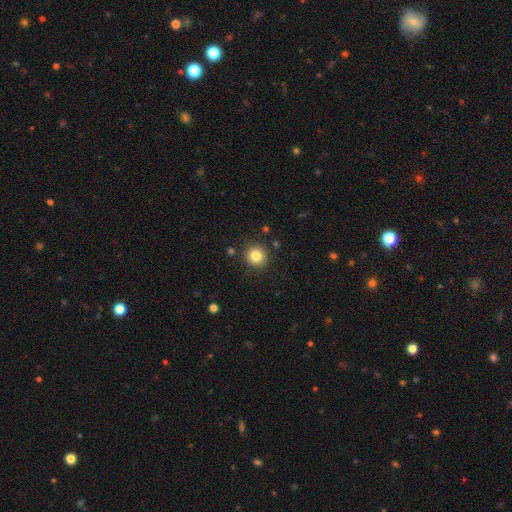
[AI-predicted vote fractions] smooth 82%, star or artifact 11%, featured or disk 7%. Down the decision tree: how rounded — round (92%); merging — none (89%).